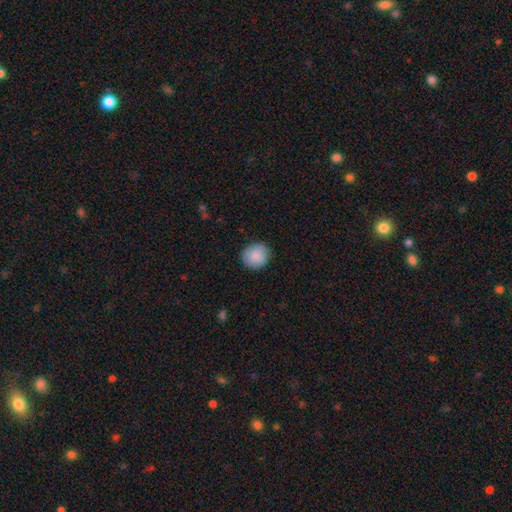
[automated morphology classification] Smooth or featured? smooth (89%)
How rounded? round (84%)
Merging? none (88%)